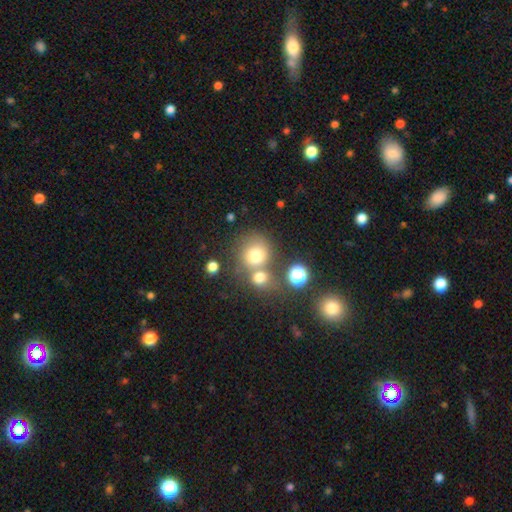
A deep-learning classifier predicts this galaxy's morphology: smooth 73%, star or artifact 15%, featured or disk 12%. Down the decision tree: how rounded — round (85%); merging — none (49%).